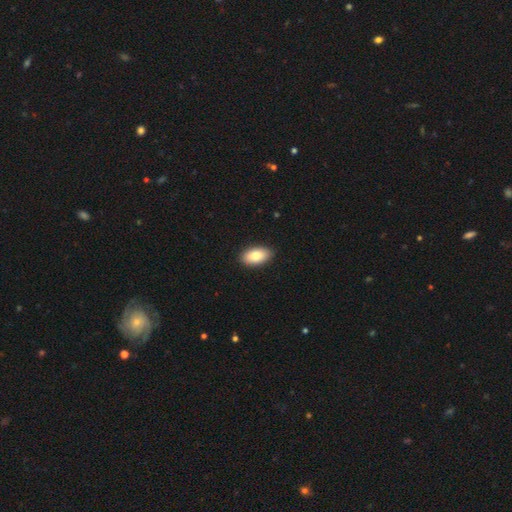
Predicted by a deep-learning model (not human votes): Q: Smooth or featured?
A: smooth (82%); runner-up: featured or disk (11%)
Q: How rounded?
A: in between (94%); runner-up: round (4%)
Q: Merging?
A: none (90%); runner-up: minor disturbance (7%)